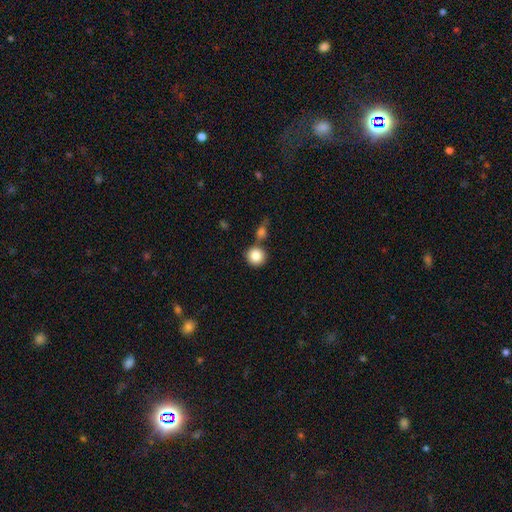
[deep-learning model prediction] A smooth galaxy with no disk features (84%) that is round (92%).

Vote fractions:
- Smooth or featured? smooth: 84% / star or artifact: 8% / featured or disk: 7%
- How rounded? round: 92% / in between: 7% / cigar-shaped: 1%
- Merging? none: 72% / merger: 16% / minor disturbance: 9% / major disturbance: 3%